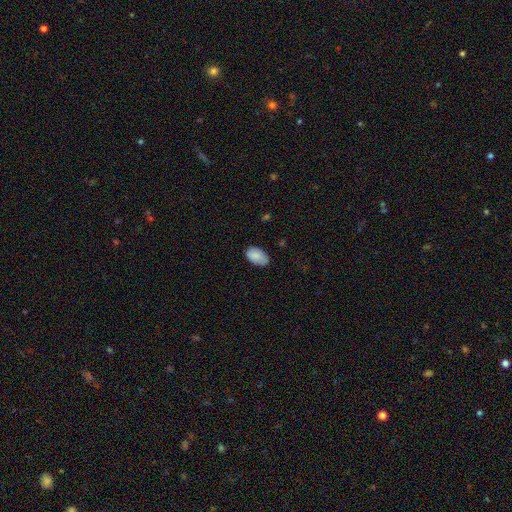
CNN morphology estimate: type=smooth (86%); roundness=in between (93%); merging=none (75%).